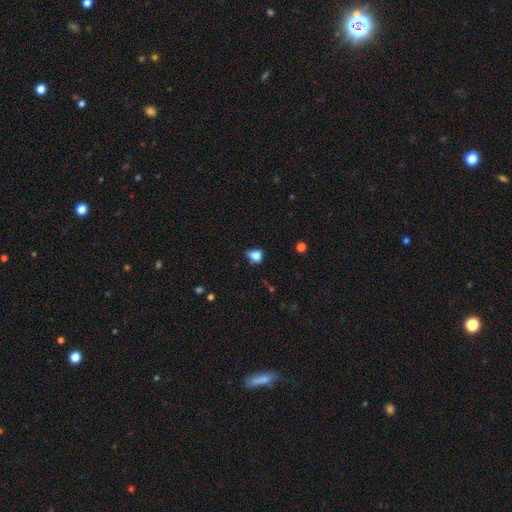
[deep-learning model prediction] Smooth or featured: smooth — 75% (star or artifact — 13%)
How rounded: in between — 50% (round — 47%)
Merging: none — 42% (minor disturbance — 37%)